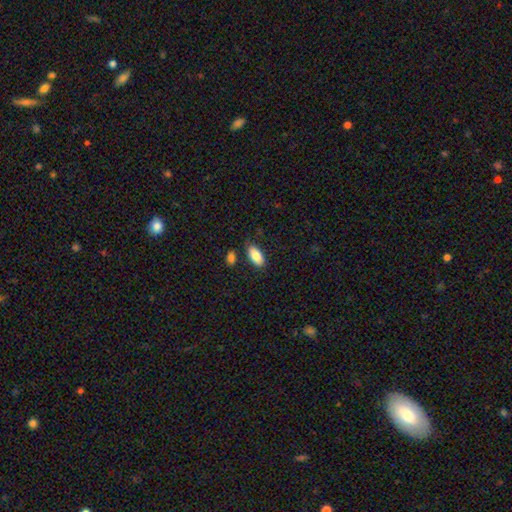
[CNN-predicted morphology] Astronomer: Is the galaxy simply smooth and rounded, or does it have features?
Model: smooth — 86%.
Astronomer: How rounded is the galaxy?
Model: in between — 90%.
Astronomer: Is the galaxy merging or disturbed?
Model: none — 78%.